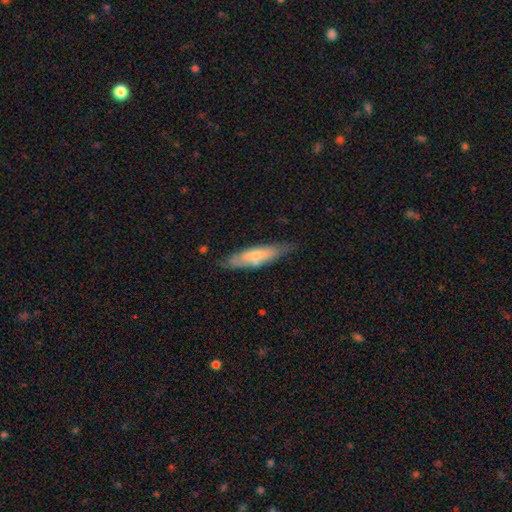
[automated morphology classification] Smooth or featured: smooth — 62% (featured or disk — 32%)
How rounded: cigar-shaped — 64% (in between — 34%)
Merging: none — 70% (minor disturbance — 22%)